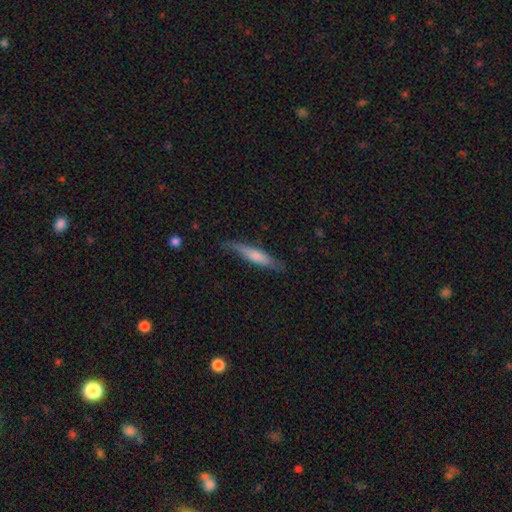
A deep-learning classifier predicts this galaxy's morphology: Smooth or featured? Predicted: smooth (p=0.57). How rounded? Predicted: cigar-shaped (p=0.89). Merging? Predicted: none (p=0.74).